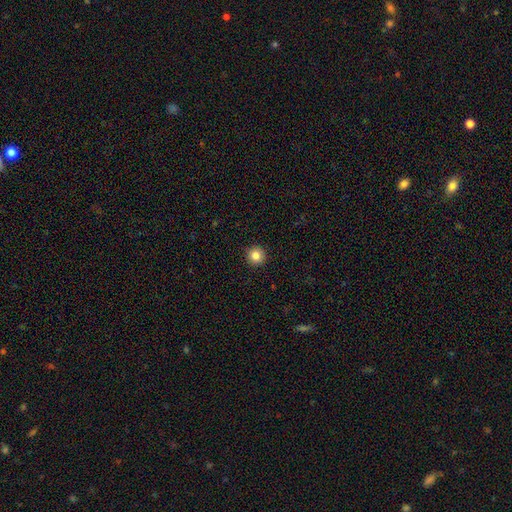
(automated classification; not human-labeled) Morphology: type=smooth (84%); roundness=round (96%); merging=none (93%).